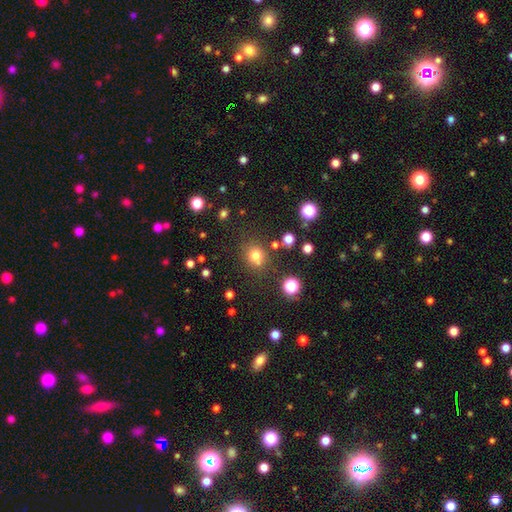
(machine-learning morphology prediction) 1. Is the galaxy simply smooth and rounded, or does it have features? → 73% smooth, 19% star or artifact, 8% featured or disk.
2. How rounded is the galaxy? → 83% round, 16% in between, 1% cigar-shaped.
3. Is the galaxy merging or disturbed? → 72% none, 12% merger, 11% minor disturbance, 4% major disturbance.